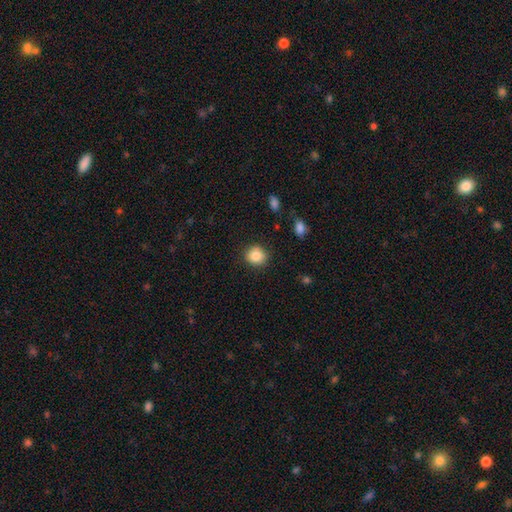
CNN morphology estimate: This is clearly a smooth galaxy (86%). How rounded: clearly round (85%). Merging: clearly none (88%).